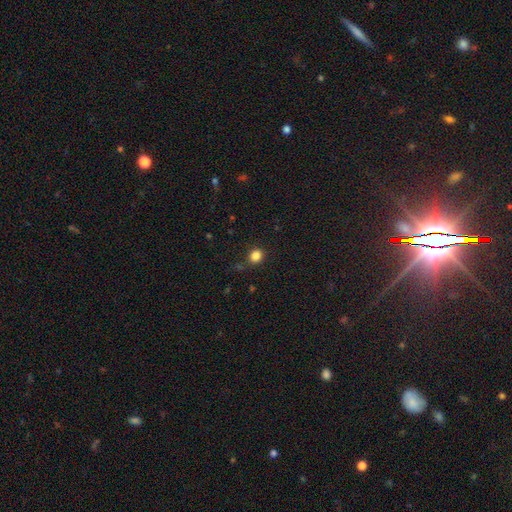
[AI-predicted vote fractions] smooth-or-featured: smooth: 84% | star or artifact: 12% | featured or disk: 4%
  how-rounded: round: 74% | in between: 25% | cigar-shaped: 1%
  merging: none: 84% | minor disturbance: 10% | major disturbance: 3% | merger: 3%